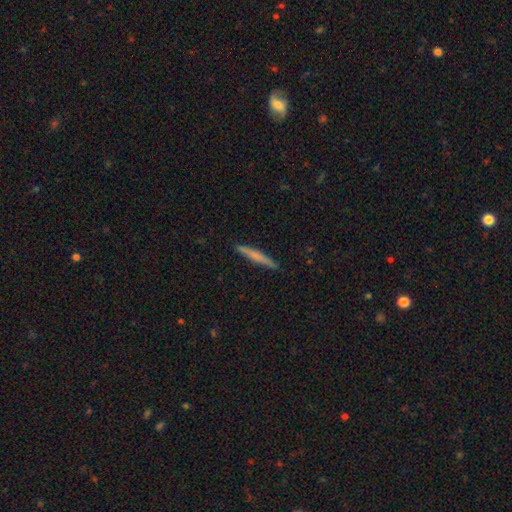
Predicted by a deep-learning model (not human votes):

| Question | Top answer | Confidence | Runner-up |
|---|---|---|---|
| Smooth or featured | smooth | 58% | featured or disk (36%) |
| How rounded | cigar-shaped | 96% | in between (3%) |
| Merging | none | 90% | minor disturbance (8%) |